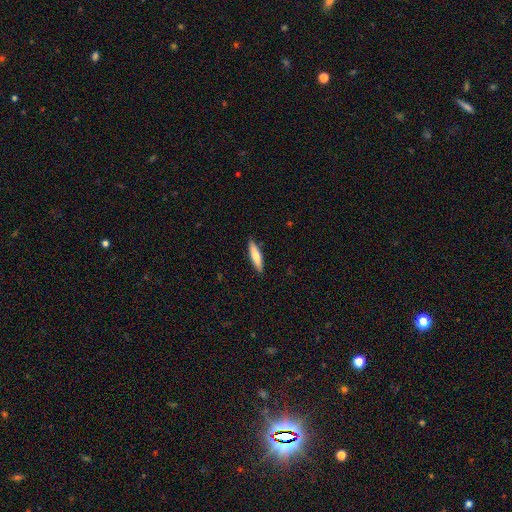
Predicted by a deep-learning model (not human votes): This appears to be a smooth galaxy with no disk features (68%) that is cigar-shaped (76%). Merging: none (89%).